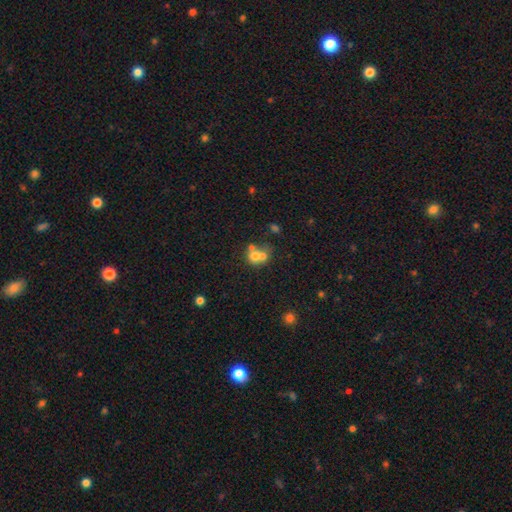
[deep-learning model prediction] smooth_or_featured: smooth (p=0.65) [alt: featured or disk p=0.22]
how_rounded: round (p=0.71) [alt: in between p=0.28]
merging: merger (p=0.61) [alt: none p=0.28]